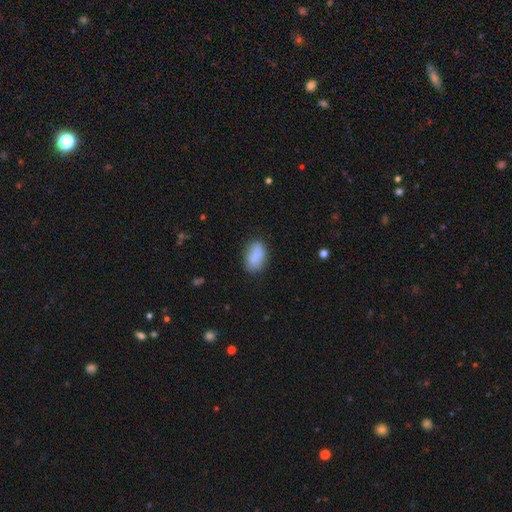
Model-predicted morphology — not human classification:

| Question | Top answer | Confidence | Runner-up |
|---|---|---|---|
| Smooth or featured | smooth | 84% | featured or disk (9%) |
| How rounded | in between | 90% | round (8%) |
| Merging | none | 71% | minor disturbance (20%) |